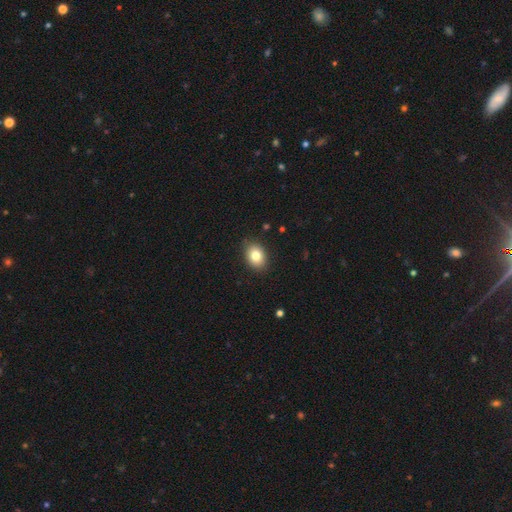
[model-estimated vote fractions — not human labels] Smooth or featured? smooth (82%)
How rounded? in between (70%)
Merging? none (87%)